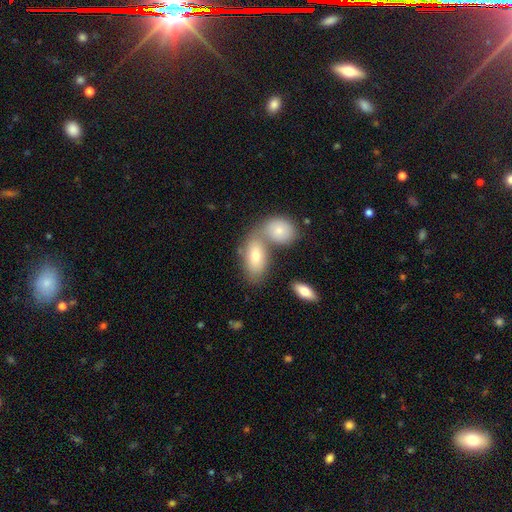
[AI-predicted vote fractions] Smooth or featured: smooth — 71% (featured or disk — 21%)
How rounded: in between — 88% (round — 6%)
Merging: merger — 48% (none — 39%)